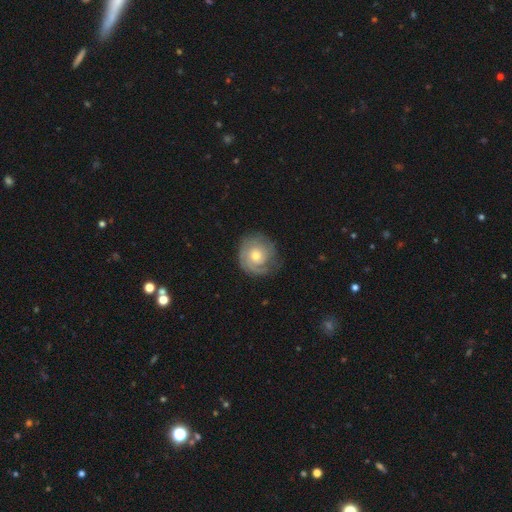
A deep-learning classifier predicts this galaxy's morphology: This is likely a featured or disk galaxy (68%). It is clearly not viewed edge-on (97%). Bar: clearly no (80%). Spiral arm pattern: clearly yes (87%). Spiral arm count: marginally 2 (31%). Spiral winding: likely tight (70%). Central bulge: likely moderate (62%). Merging: likely none (74%).